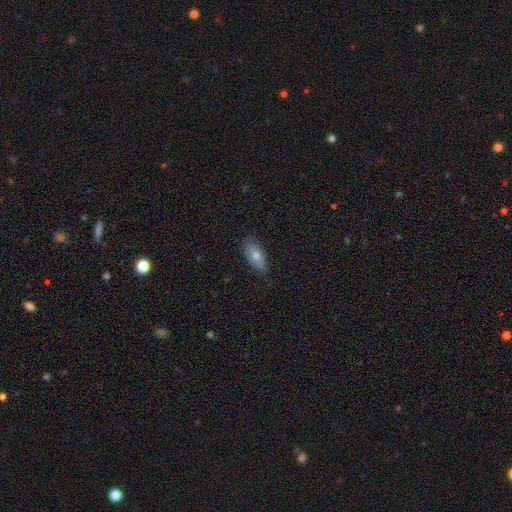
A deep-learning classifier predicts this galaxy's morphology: Smooth or featured? Predicted: smooth (p=0.62). How rounded? Predicted: in between (p=0.83). Merging? Predicted: none (p=0.74).